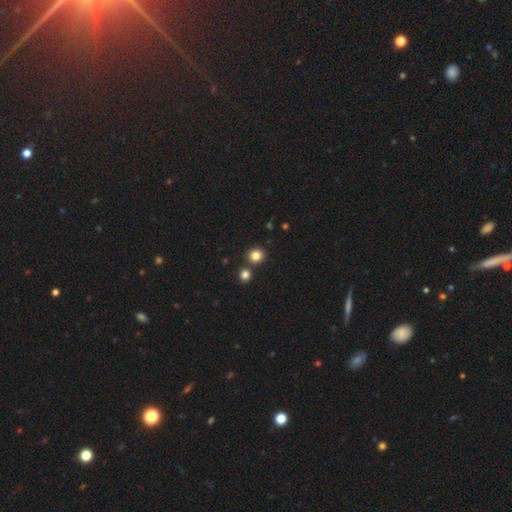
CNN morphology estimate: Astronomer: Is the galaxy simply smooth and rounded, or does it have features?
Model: smooth — 84%.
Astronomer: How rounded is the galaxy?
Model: round — 90%.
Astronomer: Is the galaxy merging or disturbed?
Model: none — 81%.